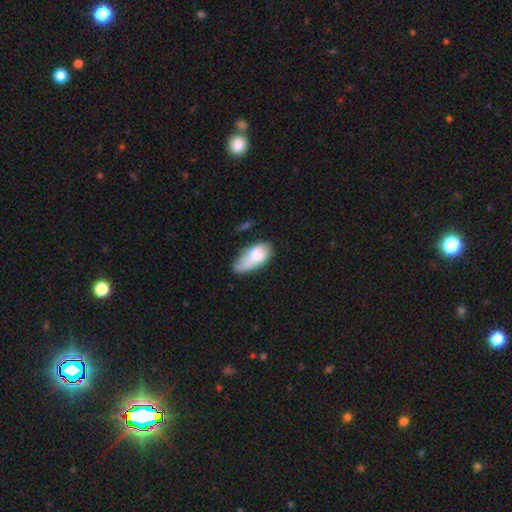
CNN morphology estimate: The model was most divided on "merging": minor disturbance: 38%, none: 26%, major disturbance: 25%, merger: 10%. More confident: how rounded — in between (89%); smooth or featured — smooth (70%).